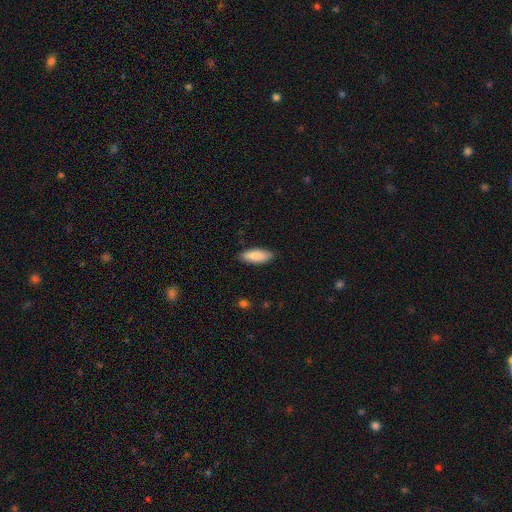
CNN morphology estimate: smooth_or_featured: smooth (p=0.89) [alt: featured or disk p=0.06]
how_rounded: in between (p=0.75) [alt: cigar-shaped p=0.23]
merging: none (p=0.87) [alt: minor disturbance p=0.10]